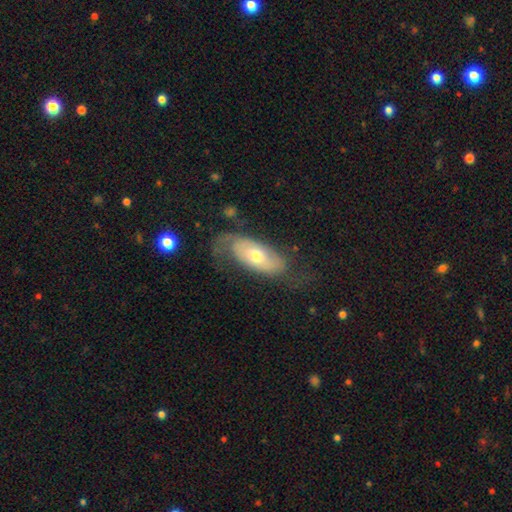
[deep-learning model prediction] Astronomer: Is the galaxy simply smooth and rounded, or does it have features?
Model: featured or disk — 57% (runner-up: smooth, 36%).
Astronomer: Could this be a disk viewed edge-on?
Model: no — 85%.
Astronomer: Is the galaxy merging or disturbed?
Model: none — 52%.